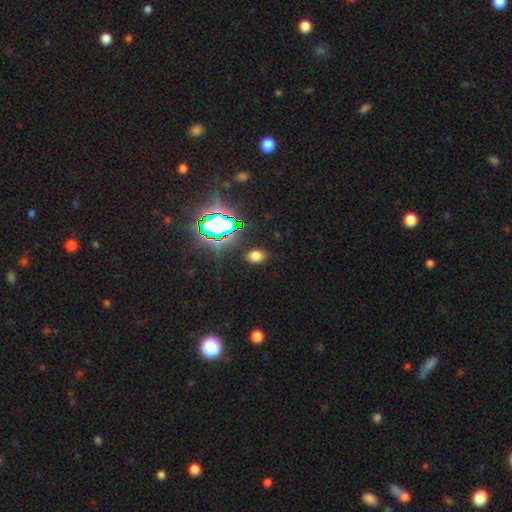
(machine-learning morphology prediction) A smooth galaxy with no disk features (66%) that is in between round and cigar-shaped (76%).

Vote fractions:
- Smooth or featured? smooth: 66% / star or artifact: 27% / featured or disk: 7%
- How rounded? in between: 76% / round: 22% / cigar-shaped: 2%
- Merging? none: 86% / minor disturbance: 9% / major disturbance: 3% / merger: 2%